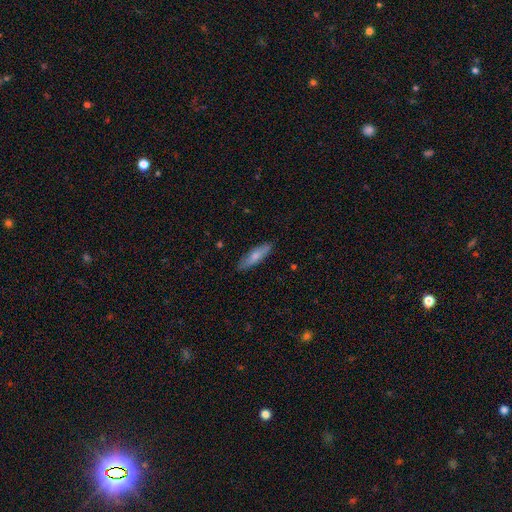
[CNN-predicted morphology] Smooth or featured: smooth — 73% (featured or disk — 22%)
How rounded: cigar-shaped — 61% (in between — 37%)
Merging: none — 86% (minor disturbance — 11%)